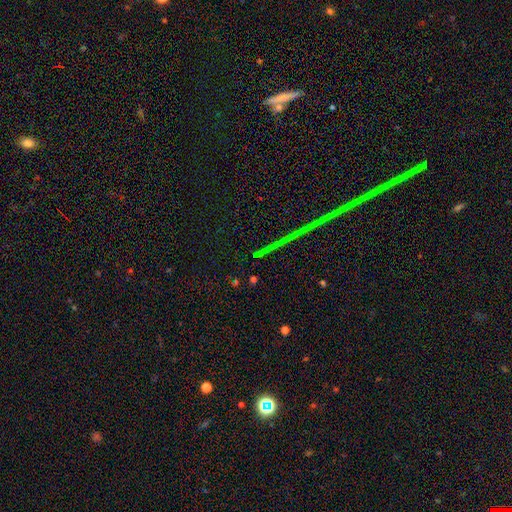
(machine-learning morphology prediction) type=star or artifact (83%).